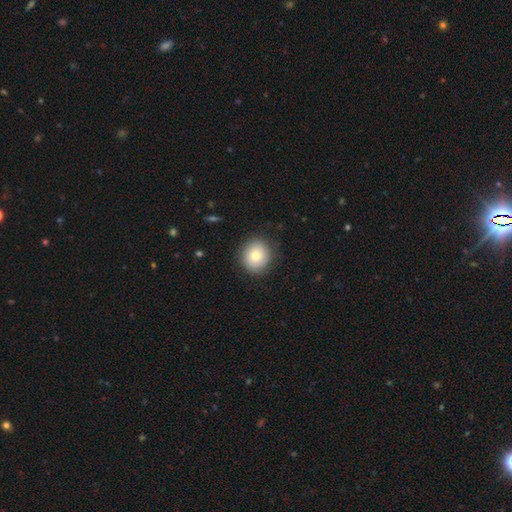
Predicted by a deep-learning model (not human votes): Q: Smooth or featured?
A: smooth (77%); runner-up: featured or disk (14%)
Q: How rounded?
A: round (86%); runner-up: in between (13%)
Q: Merging?
A: none (87%); runner-up: minor disturbance (9%)